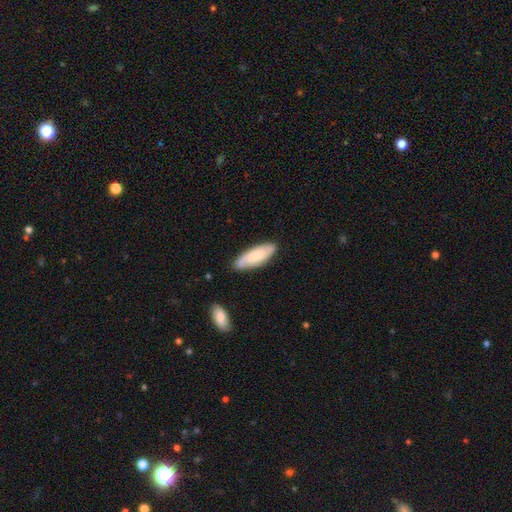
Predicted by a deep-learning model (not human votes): Smooth or featured?
  - smooth: 59% *
  - featured or disk: 35%
  - star or artifact: 6%
How rounded?
  - in between: 65% *
  - cigar-shaped: 33%
  - round: 2%
Merging?
  - none: 78% *
  - minor disturbance: 16%
  - major disturbance: 3%
  - merger: 2%